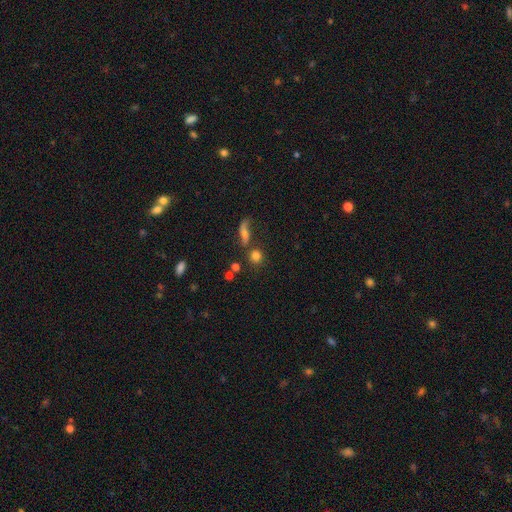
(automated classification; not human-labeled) Smooth or featured?
  - smooth: 76% *
  - star or artifact: 13%
  - featured or disk: 11%
How rounded?
  - round: 86% *
  - in between: 11%
  - cigar-shaped: 3%
Merging?
  - none: 66% *
  - merger: 17%
  - minor disturbance: 11%
  - major disturbance: 6%